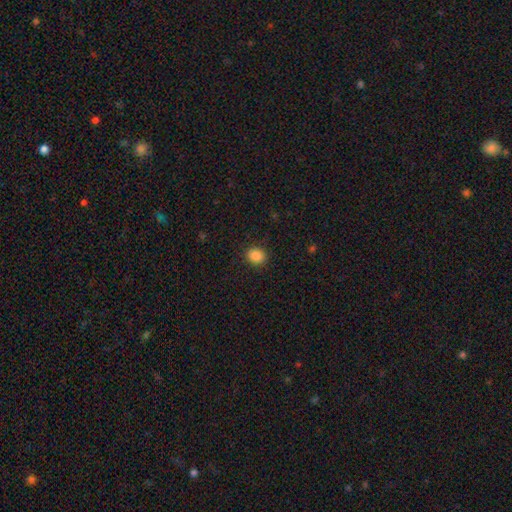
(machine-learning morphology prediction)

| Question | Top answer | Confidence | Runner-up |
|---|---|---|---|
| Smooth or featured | smooth | 87% | star or artifact (10%) |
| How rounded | round | 68% | in between (31%) |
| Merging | none | 89% | minor disturbance (8%) |